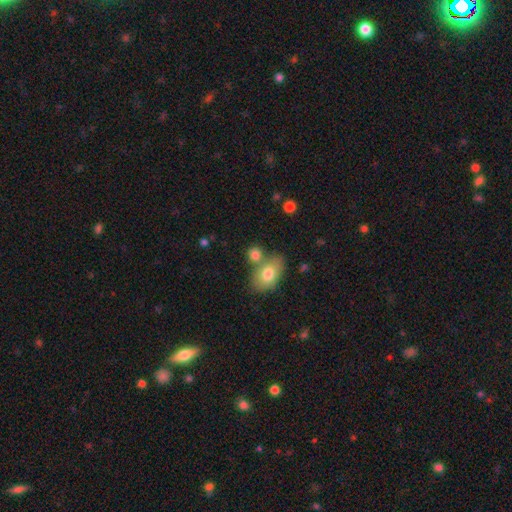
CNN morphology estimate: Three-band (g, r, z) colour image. It shows a smooth galaxy with no disk features (79%) that is in between round and cigar-shaped (56%). Merging: none (52%).